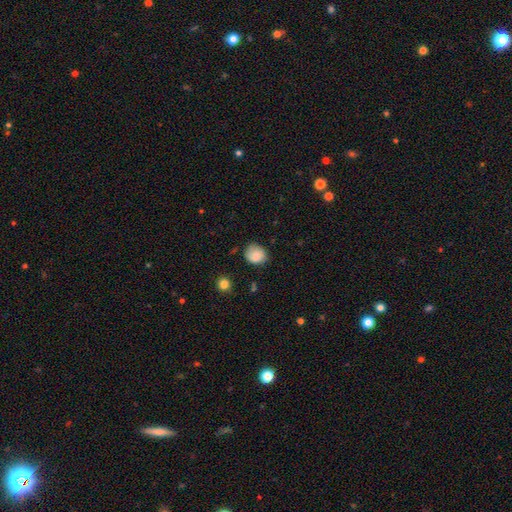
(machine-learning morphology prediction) smooth 82%, featured or disk 10%, star or artifact 8%. Down the decision tree: how rounded — round (75%); merging — none (72%).